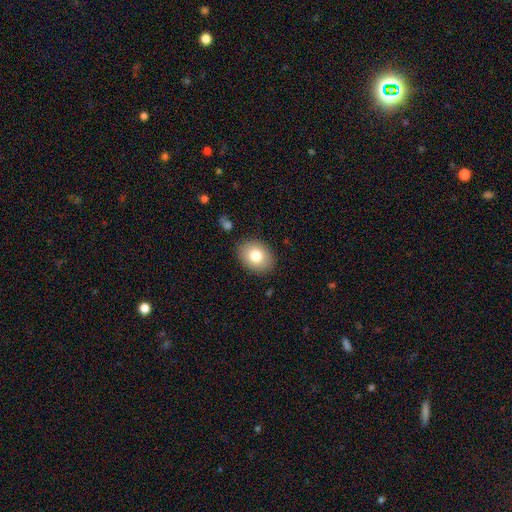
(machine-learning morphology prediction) A smooth galaxy with no disk features (80%) that is in between round and cigar-shaped (59%).

Vote fractions:
- Smooth or featured? smooth: 80% / featured or disk: 11% / star or artifact: 8%
- How rounded? in between: 59% / round: 40% / cigar-shaped: 1%
- Merging? none: 87% / minor disturbance: 9% / major disturbance: 2% / merger: 2%